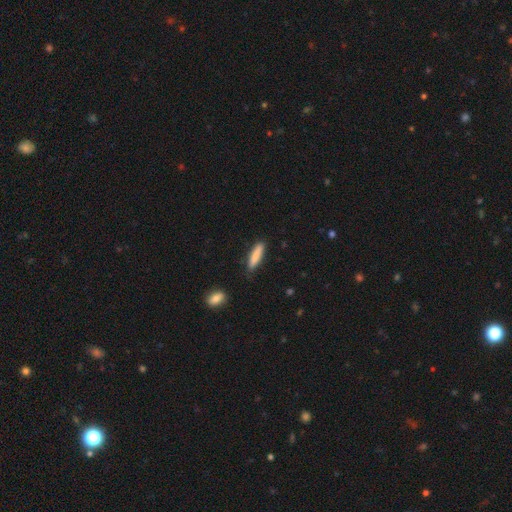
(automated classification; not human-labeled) Overall: smooth (83%). How rounded: cigar-shaped (82%). Merging: none (83%).